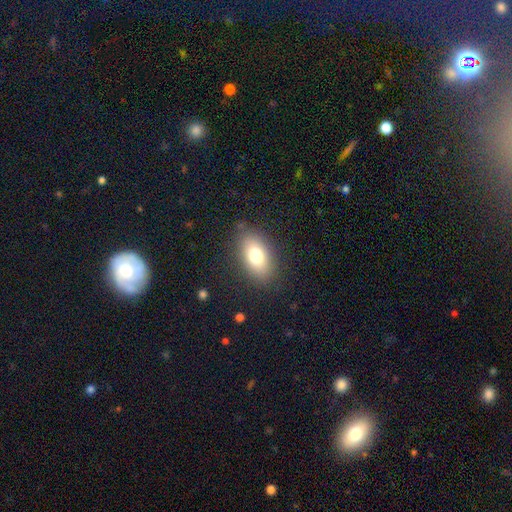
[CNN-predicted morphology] This appears to be a smooth galaxy with no disk features (75%) that is in between round and cigar-shaped (88%). Merging: none (83%).